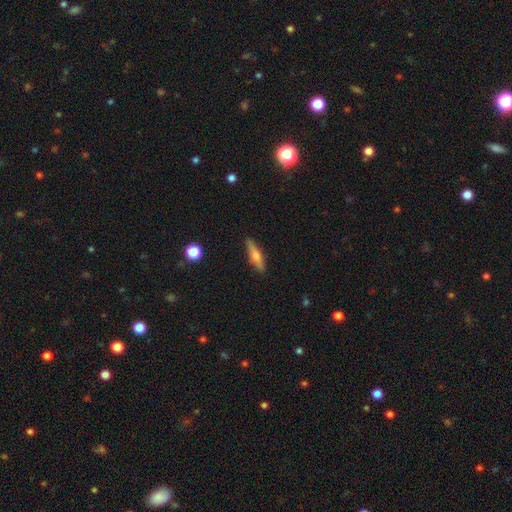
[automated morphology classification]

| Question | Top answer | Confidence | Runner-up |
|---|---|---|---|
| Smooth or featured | featured or disk | 49% | smooth (43%) |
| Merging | none | 89% | minor disturbance (9%) |